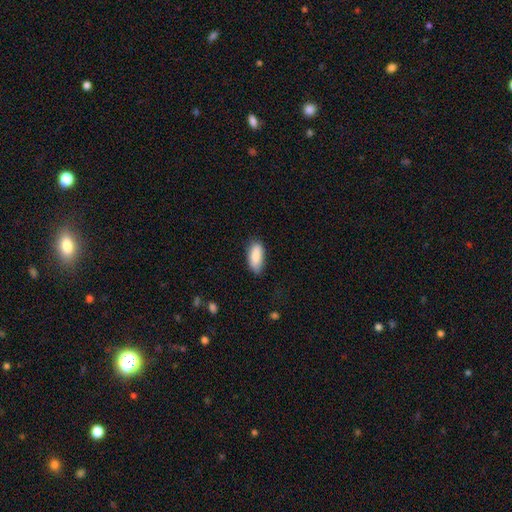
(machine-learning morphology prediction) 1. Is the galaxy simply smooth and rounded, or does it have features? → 89% smooth, 6% star or artifact, 5% featured or disk.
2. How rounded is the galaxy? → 85% in between, 13% cigar-shaped, 2% round.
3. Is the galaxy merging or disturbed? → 78% none, 17% minor disturbance, 3% major disturbance, 1% merger.